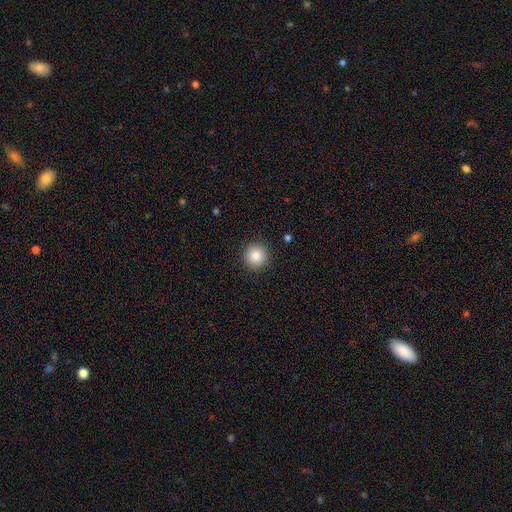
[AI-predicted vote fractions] Smooth or featured: smooth — 84% (star or artifact — 10%)
How rounded: round — 95% (in between — 4%)
Merging: none — 92% (minor disturbance — 5%)